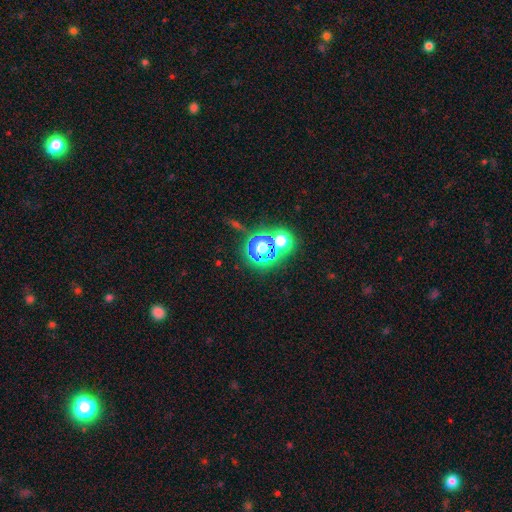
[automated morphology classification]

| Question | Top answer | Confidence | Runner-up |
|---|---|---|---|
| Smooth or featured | star or artifact | 66% | smooth (26%) |